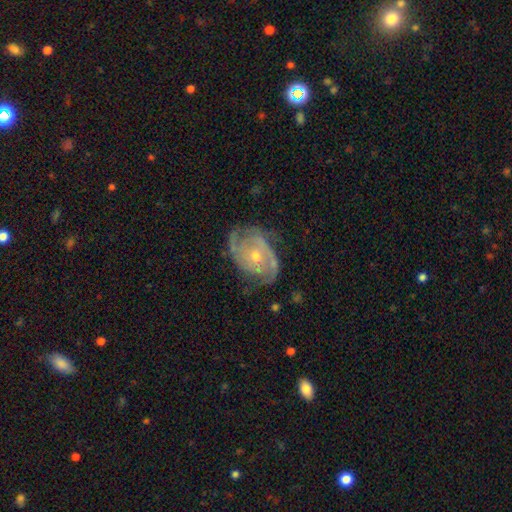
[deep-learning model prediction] smooth-or-featured: featured or disk: 87% | smooth: 8% | star or artifact: 5%
  disk-edge-on: no: 97% | yes: 3%
    bar: no: 75% | weak: 20% | strong: 5%
    has-spiral-arms: yes: 95% | no: 5%
      spiral-winding: tight: 53% | medium: 37% | loose: 10%
      spiral-arm-count: 2: 51% | 3: 21% | can't tell: 16% | 4: 5% | 1: 4% | more than 4: 4%
    bulge-size: small: 51% | moderate: 46% | large: 1% | none: 1% | dominant: 1%
  merging: none: 69% | minor disturbance: 21% | major disturbance: 9% | merger: 1%